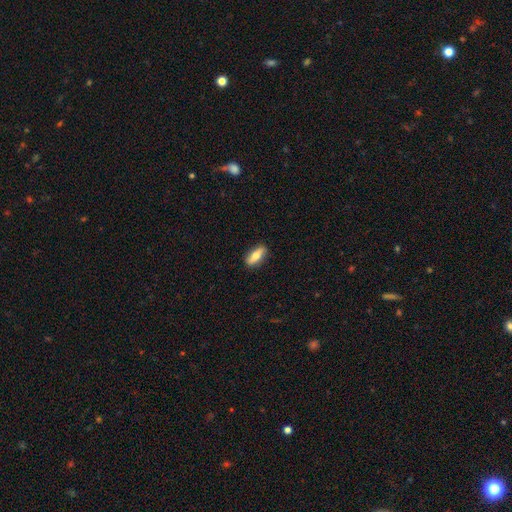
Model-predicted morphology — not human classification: smooth-or-featured: smooth: 64% | featured or disk: 31% | star or artifact: 6%
  how-rounded: in between: 68% | cigar-shaped: 28% | round: 4%
  merging: none: 87% | minor disturbance: 10% | major disturbance: 2% | merger: 1%